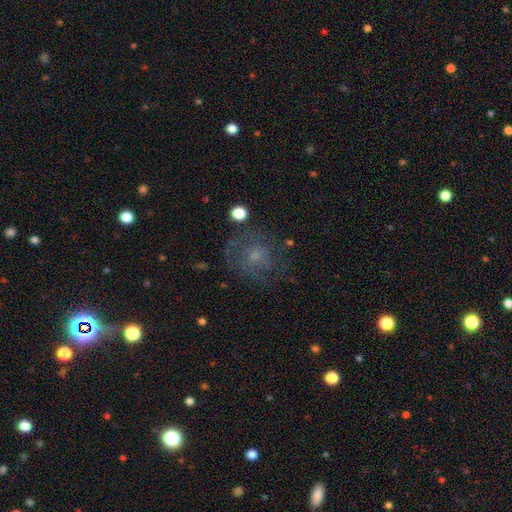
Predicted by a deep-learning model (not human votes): smooth-or-featured: featured or disk: 49% | smooth: 36% | star or artifact: 15%
  merging: none: 65% | minor disturbance: 18% | major disturbance: 15% | merger: 2%